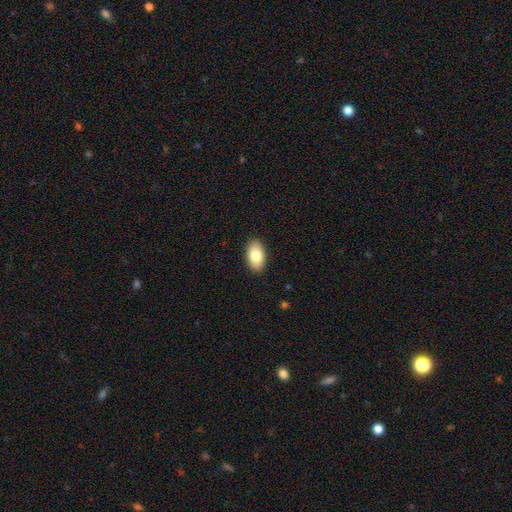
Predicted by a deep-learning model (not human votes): smooth_or_featured: smooth (p=0.82) [alt: featured or disk p=0.12]
how_rounded: in between (p=0.94) [alt: round p=0.05]
merging: none (p=0.89) [alt: minor disturbance p=0.08]